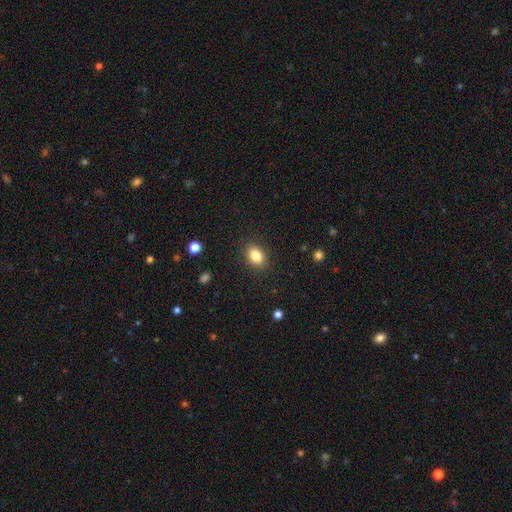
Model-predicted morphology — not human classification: Smooth or featured?
  - smooth: 85% *
  - star or artifact: 9%
  - featured or disk: 6%
How rounded?
  - in between: 83% *
  - round: 15%
  - cigar-shaped: 2%
Merging?
  - none: 87% *
  - minor disturbance: 9%
  - major disturbance: 3%
  - merger: 1%